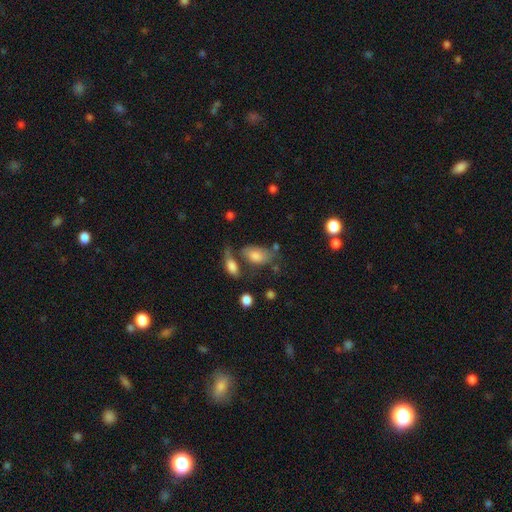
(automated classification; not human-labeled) smooth 75%, featured or disk 15%, star or artifact 10%. Down the decision tree: how rounded — in between (89%); merging — none (50%).